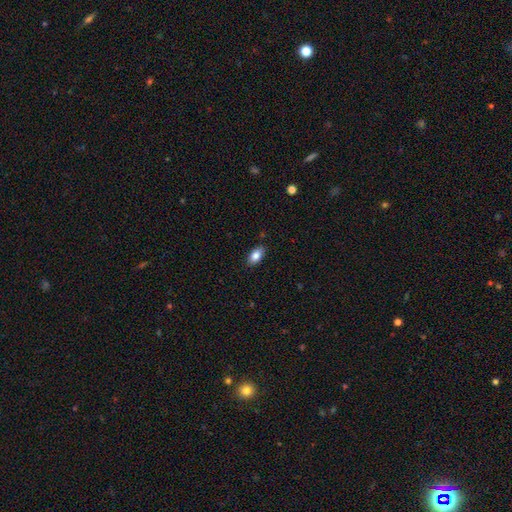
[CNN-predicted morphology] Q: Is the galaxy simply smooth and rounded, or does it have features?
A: smooth — 84%.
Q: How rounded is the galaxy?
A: in between — 90%.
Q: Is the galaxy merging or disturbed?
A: none — 86%.